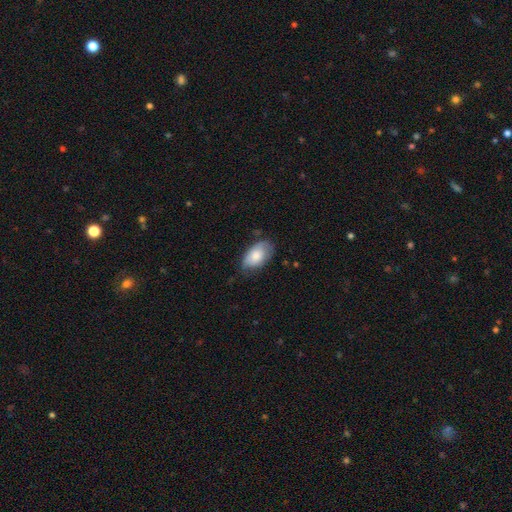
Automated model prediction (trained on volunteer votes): smooth 75%, featured or disk 19%, star or artifact 6%. Down the decision tree: how rounded — in between (94%); merging — none (61%).